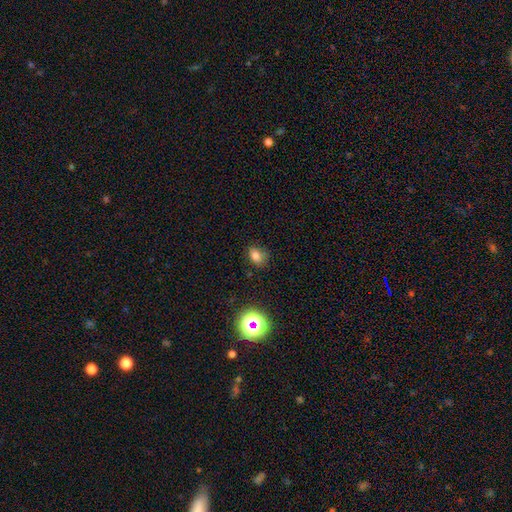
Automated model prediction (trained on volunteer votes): The model was most divided on "how rounded": in between: 66%, round: 33%, cigar-shaped: 1%. More confident: smooth or featured — smooth (77%); merging — none (72%).